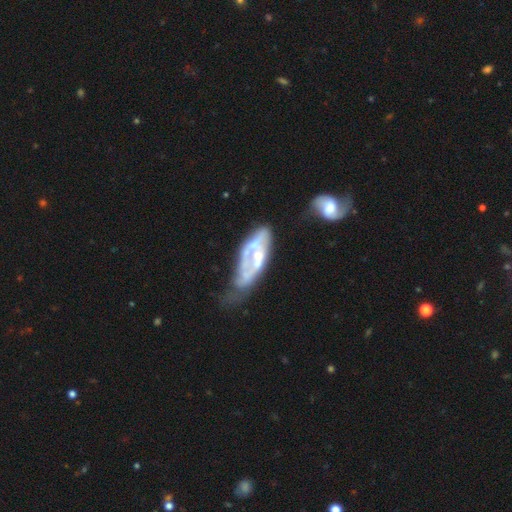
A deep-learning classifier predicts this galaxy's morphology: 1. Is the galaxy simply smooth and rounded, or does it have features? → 72% featured or disk, 21% smooth, 7% star or artifact.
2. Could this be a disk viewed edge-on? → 90% no, 10% yes.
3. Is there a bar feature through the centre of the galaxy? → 70% no, 22% weak, 8% strong.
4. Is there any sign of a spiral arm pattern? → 52% no, 48% yes.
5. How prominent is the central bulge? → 41% moderate, 38% small, 15% none, 4% large, 2% dominant.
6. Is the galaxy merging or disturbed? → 28% major disturbance, 25% minor disturbance, 25% none, 21% merger.